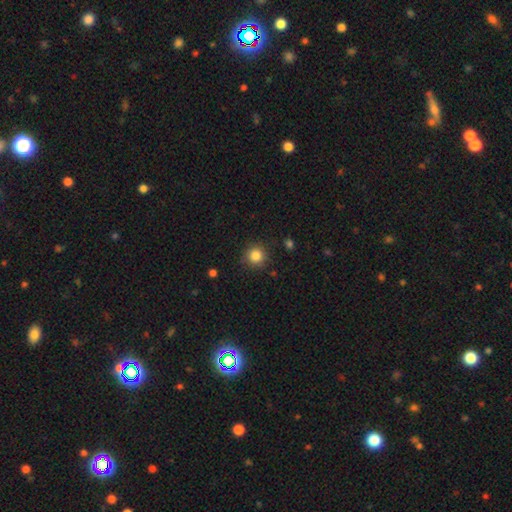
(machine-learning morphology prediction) type=smooth (84%); roundness=round (94%); merging=none (87%).